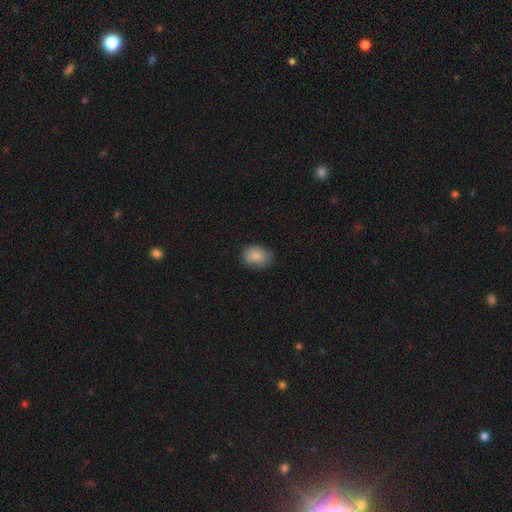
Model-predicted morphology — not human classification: smooth 86%, star or artifact 8%, featured or disk 6%. Down the decision tree: how rounded — in between (73%); merging — none (76%).